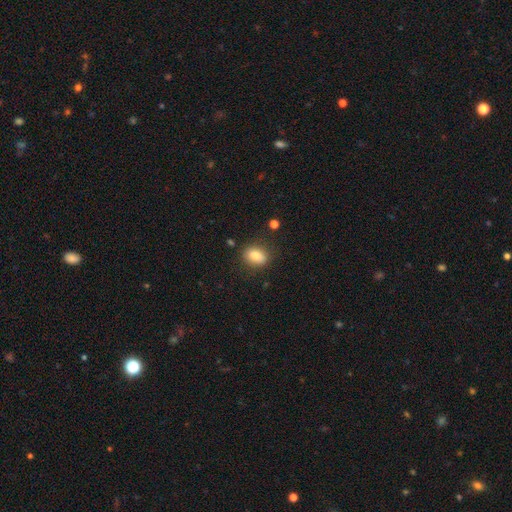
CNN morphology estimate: smooth-or-featured: smooth: 83% | star or artifact: 9% | featured or disk: 8%
  how-rounded: in between: 72% | round: 26% | cigar-shaped: 2%
  merging: none: 82% | minor disturbance: 12% | major disturbance: 3% | merger: 2%